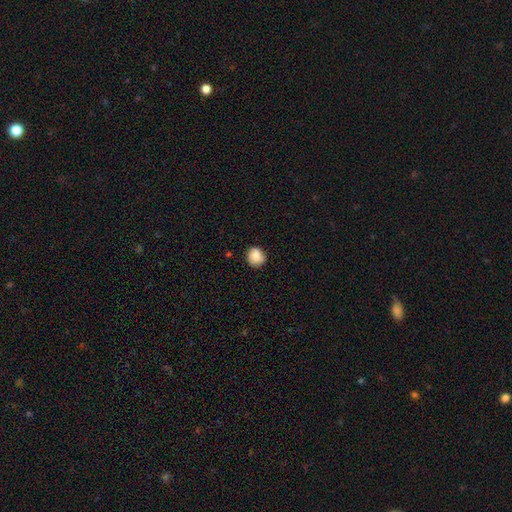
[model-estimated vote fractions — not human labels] Smooth or featured?
  - smooth: 85% *
  - star or artifact: 8%
  - featured or disk: 6%
How rounded?
  - round: 85% *
  - in between: 14%
  - cigar-shaped: 1%
Merging?
  - none: 78% *
  - minor disturbance: 17%
  - major disturbance: 3%
  - merger: 2%